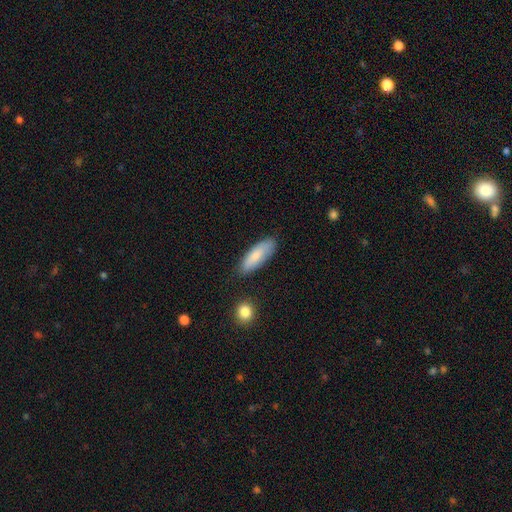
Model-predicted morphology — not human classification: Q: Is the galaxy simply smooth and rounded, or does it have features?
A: smooth — 79%.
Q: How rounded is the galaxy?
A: in between — 62%.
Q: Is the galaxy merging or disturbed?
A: none — 79%.